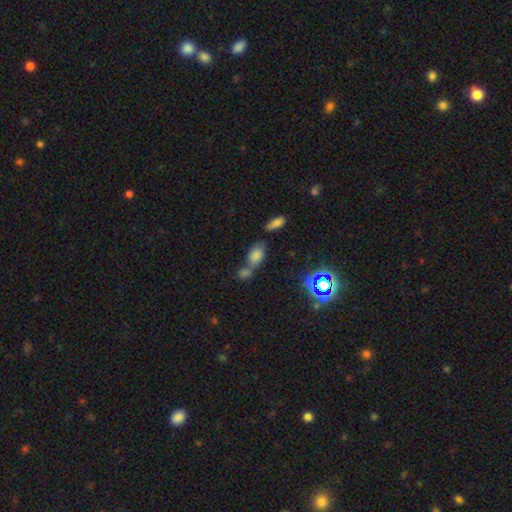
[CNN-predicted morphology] Smooth or featured: smooth — 71% (star or artifact — 18%)
How rounded: in between — 85% (round — 10%)
Merging: merger — 55% (none — 30%)